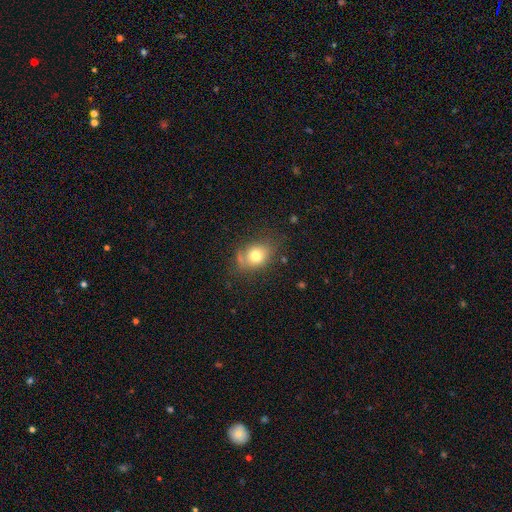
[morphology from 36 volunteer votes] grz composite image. It shows a smooth galaxy with no disk features (81%) that is round (55%). Merging: none (59%).